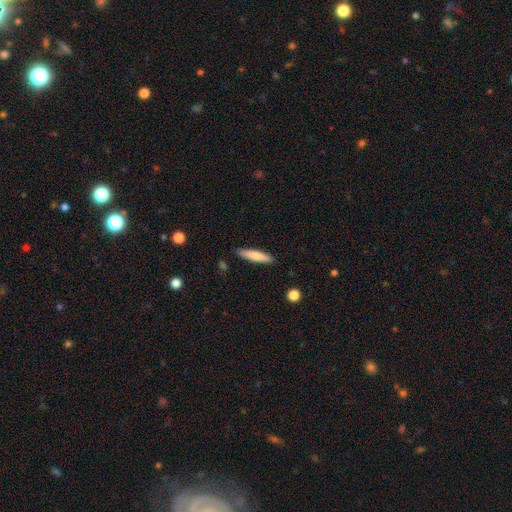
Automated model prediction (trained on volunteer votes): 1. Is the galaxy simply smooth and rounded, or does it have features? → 77% smooth, 17% featured or disk, 6% star or artifact.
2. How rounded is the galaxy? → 84% cigar-shaped, 15% in between, 1% round.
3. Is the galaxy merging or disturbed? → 88% none, 9% minor disturbance, 2% major disturbance, 1% merger.